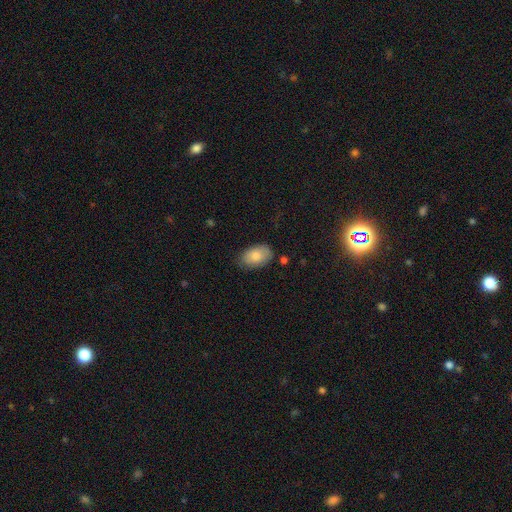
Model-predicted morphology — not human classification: Overall: smooth (84%). How rounded: in between (92%). Merging: none (78%).